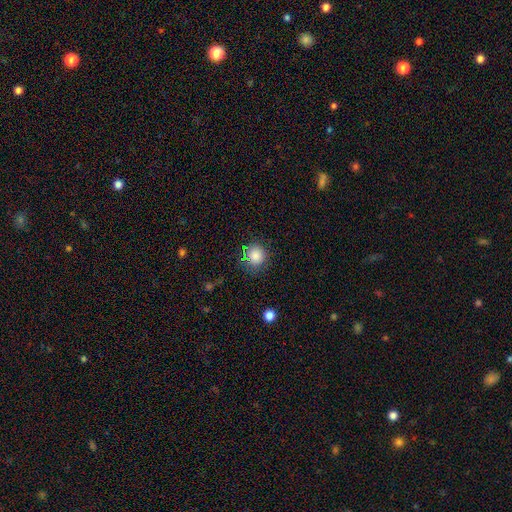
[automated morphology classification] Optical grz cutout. It shows a smooth galaxy with no disk features (83%) that is round (90%). Merging: none (83%).